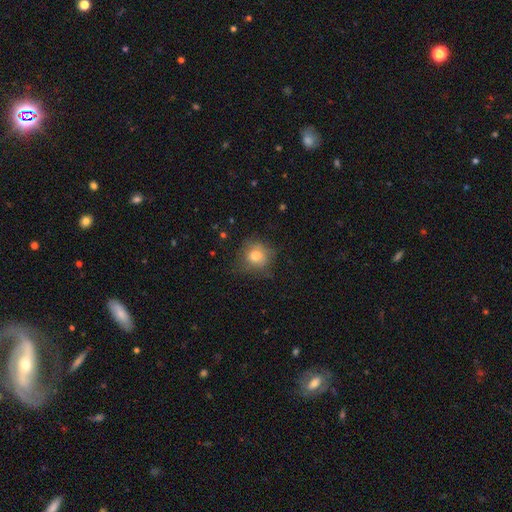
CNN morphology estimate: Smooth or featured?
  - smooth: 76% *
  - featured or disk: 14%
  - star or artifact: 10%
How rounded?
  - round: 82% *
  - in between: 17%
  - cigar-shaped: 1%
Merging?
  - none: 62% *
  - minor disturbance: 25%
  - major disturbance: 12%
  - merger: 2%